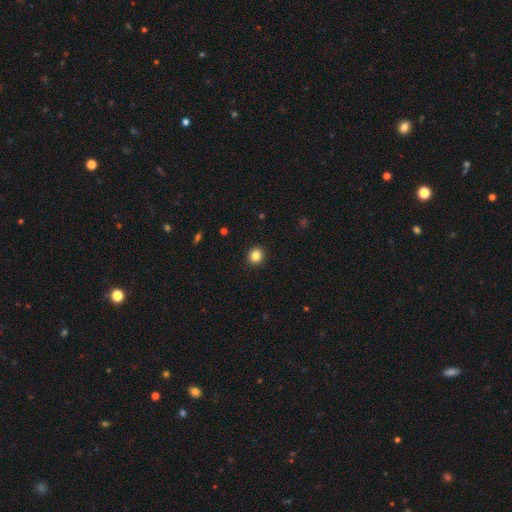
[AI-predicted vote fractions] smooth 85%, star or artifact 11%, featured or disk 5%. Down the decision tree: how rounded — round (90%); merging — none (93%).